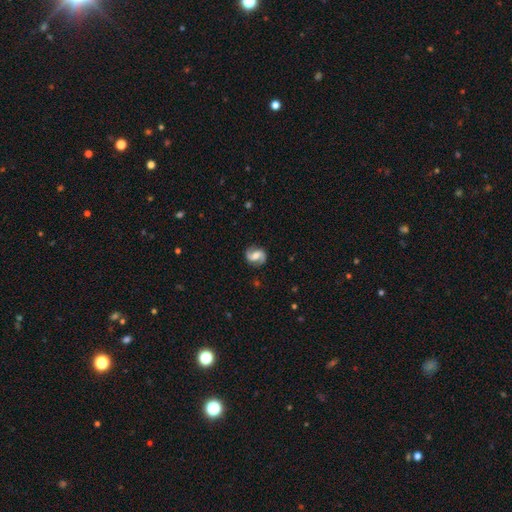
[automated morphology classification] Smooth or featured?
  - featured or disk: 79% *
  - smooth: 15%
  - star or artifact: 6%
Edge-on disk?
  - no: 98% *
  - yes: 2%
Bar?
  - weak: 44% *
  - no: 32%
  - strong: 24%
Spiral arms?
  - yes: 95% *
  - no: 5%
Spiral winding?
  - medium: 45% *
  - loose: 40%
  - tight: 16%
Spiral arm count?
  - 2: 92% *
  - can't tell: 3%
  - 1: 2%
  - 3: 1%
  - 4: 1%
  - more than 4: 1%
Bulge size?
  - moderate: 59% *
  - small: 22%
  - large: 12%
  - none: 5%
  - dominant: 2%
Merging?
  - none: 83% *
  - minor disturbance: 12%
  - major disturbance: 4%
  - merger: 1%